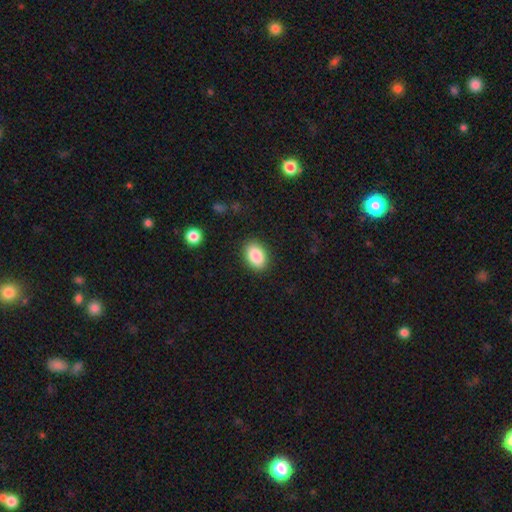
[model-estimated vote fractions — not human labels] This is clearly a smooth galaxy (88%). How rounded: clearly in between (85%). Merging: clearly none (88%).